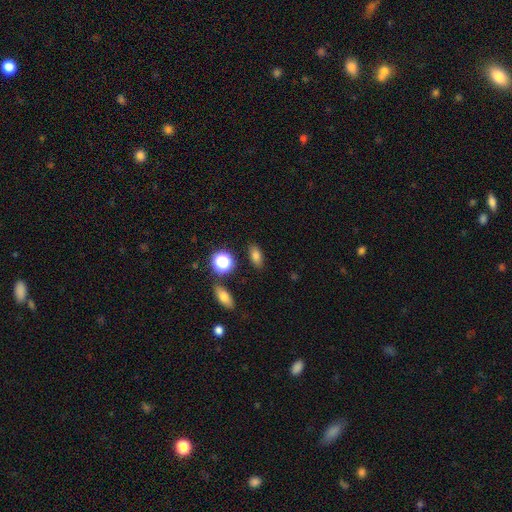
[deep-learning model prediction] The model was most divided on "smooth or featured": smooth: 76%, star or artifact: 15%, featured or disk: 9%. More confident: merging — none (84%); how rounded — in between (81%).